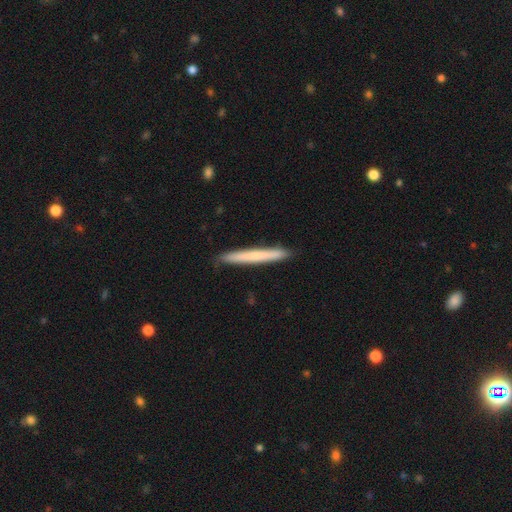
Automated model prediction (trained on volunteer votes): Smooth or featured? smooth (63%)
How rounded? cigar-shaped (97%)
Merging? none (91%)